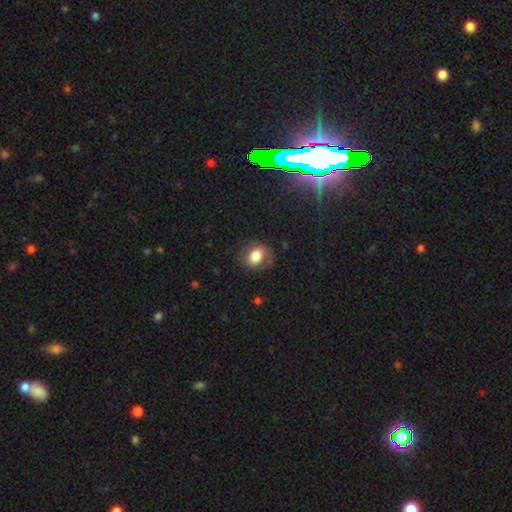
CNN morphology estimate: The model was most divided on "how rounded": in between: 51%, round: 48%, cigar-shaped: 1%. More confident: smooth or featured — smooth (76%); merging — none (74%).